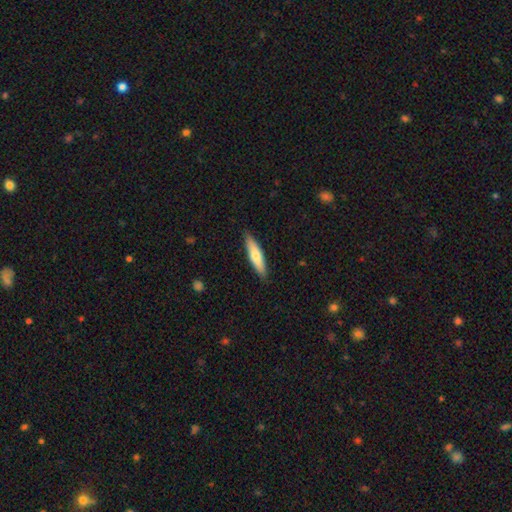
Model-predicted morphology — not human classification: smooth_or_featured: smooth (p=0.66) [alt: featured or disk p=0.28]
how_rounded: cigar-shaped (p=0.75) [alt: in between p=0.23]
merging: none (p=0.88) [alt: minor disturbance p=0.09]